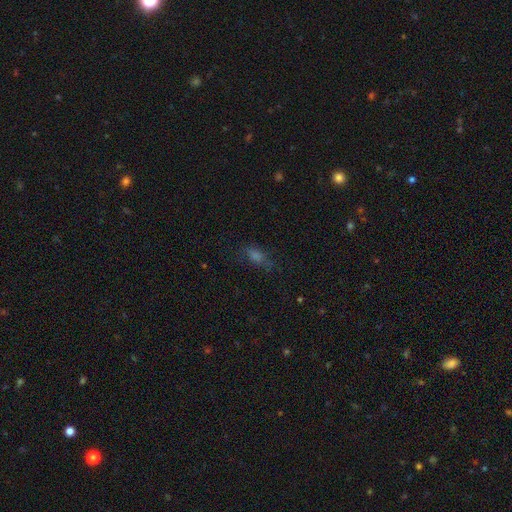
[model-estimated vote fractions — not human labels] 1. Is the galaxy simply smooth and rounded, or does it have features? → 49% smooth, 32% star or artifact, 18% featured or disk.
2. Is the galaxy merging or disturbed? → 67% none, 19% minor disturbance, 12% major disturbance, 2% merger.